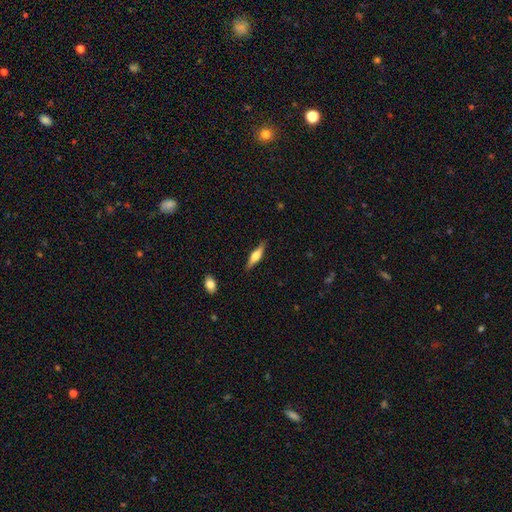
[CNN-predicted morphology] type=featured or disk (51%); edge-on=yes (95%); merging=none (86%).